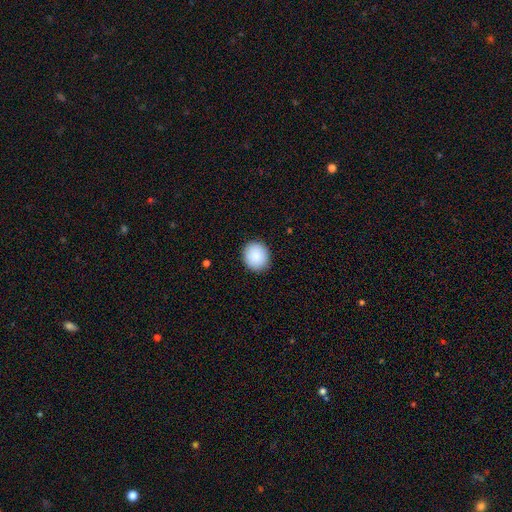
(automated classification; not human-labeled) This is clearly a smooth galaxy (90%). How rounded: clearly round (81%). Merging: clearly none (90%).